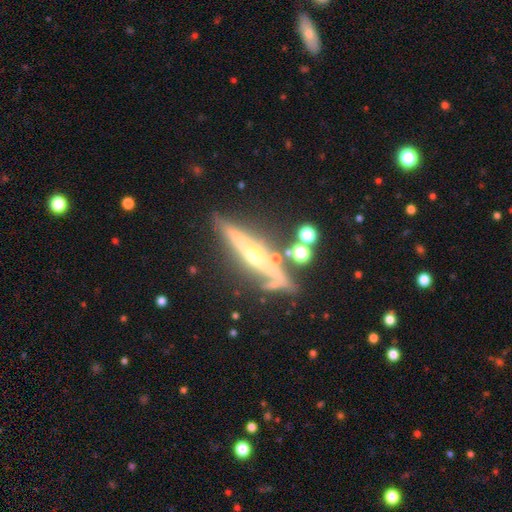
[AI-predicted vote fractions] Smooth or featured?
  - featured or disk: 82% *
  - smooth: 11%
  - star or artifact: 8%
Edge-on disk?
  - yes: 94% *
  - no: 6%
Edge-on bulge?
  - rounded: 83% *
  - none: 13%
  - boxy: 4%
Merging?
  - none: 70% *
  - minor disturbance: 16%
  - merger: 10%
  - major disturbance: 5%